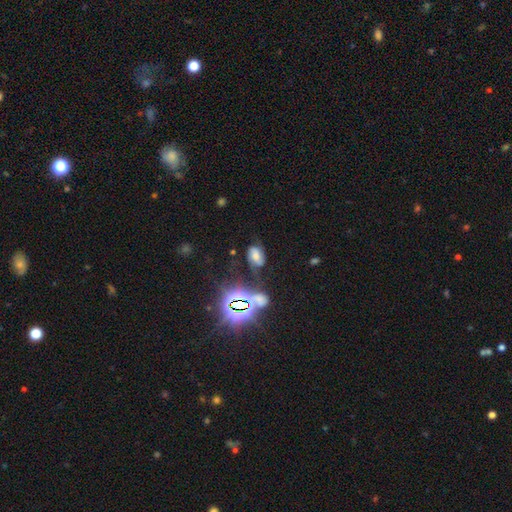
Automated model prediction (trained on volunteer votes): smooth_or_featured: featured or disk (p=0.38) [alt: smooth p=0.35]
merging: none (p=0.53) [alt: minor disturbance p=0.25]